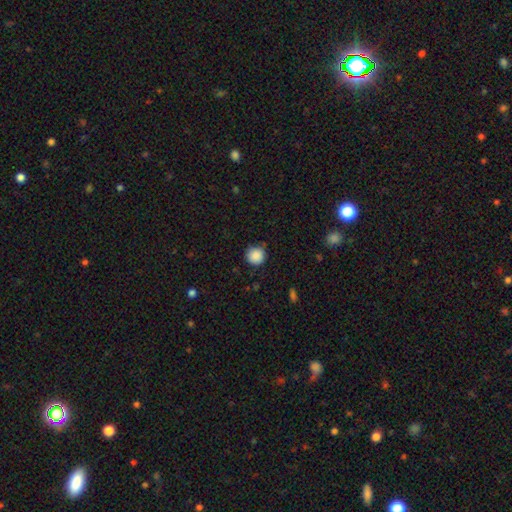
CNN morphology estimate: A smooth galaxy with no disk features (88%) that is round (94%).

Vote fractions:
- Smooth or featured? smooth: 88% / star or artifact: 9% / featured or disk: 3%
- How rounded? round: 94% / in between: 5% / cigar-shaped: 1%
- Merging? none: 86% / minor disturbance: 11% / major disturbance: 2% / merger: 1%